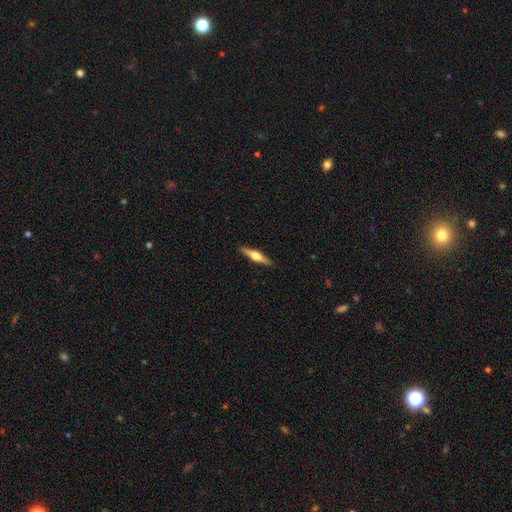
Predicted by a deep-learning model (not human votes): This is likely a featured or disk galaxy (66%). It is clearly viewed edge-on (97%). Edge-on bulge: clearly rounded (93%). Merging: clearly none (91%).